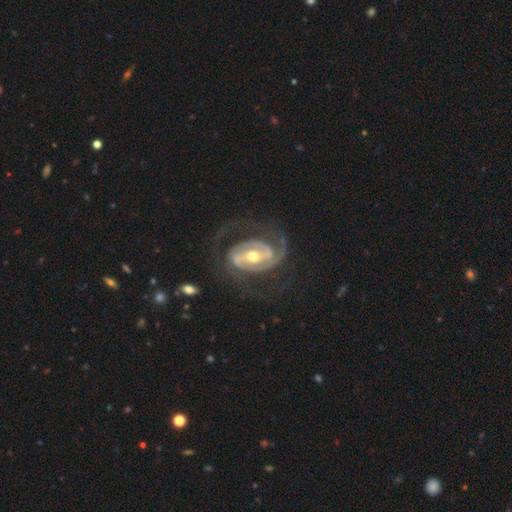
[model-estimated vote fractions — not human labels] Smooth or featured? featured or disk (91%)
Edge-on disk? no (97%)
Bar? strong (40%)
Spiral arms? yes (97%)
Spiral winding? medium (46%)
Spiral arm count? 2 (74%)
Bulge size? moderate (67%)
Merging? none (66%)